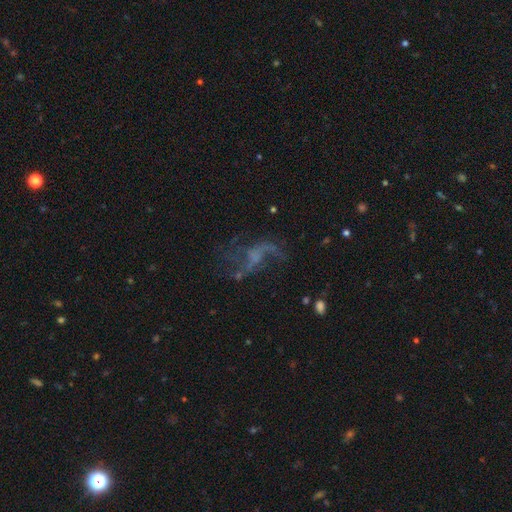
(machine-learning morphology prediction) type=featured or disk (70%); edge-on=no (96%); bar=no (58%); spiral arms=yes (76%); winding=loose (85%); arm count=2 (58%); bulge=none (59%); merging=none (49%).